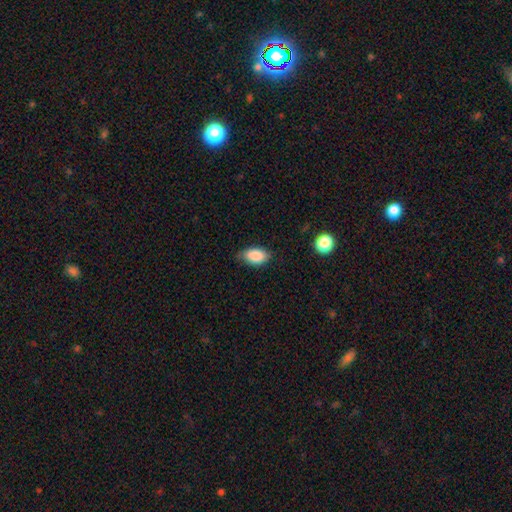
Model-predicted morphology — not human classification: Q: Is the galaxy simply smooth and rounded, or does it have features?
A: smooth — 87%.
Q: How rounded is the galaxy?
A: in between — 91%.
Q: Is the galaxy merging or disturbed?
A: none — 72%.